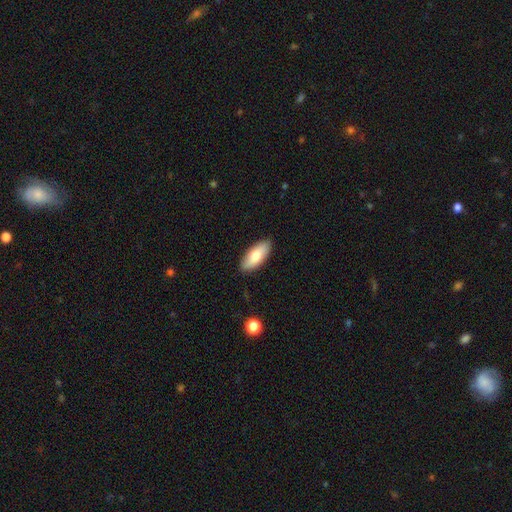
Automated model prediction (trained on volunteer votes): Smooth or featured? Predicted: smooth (p=0.77). How rounded? Predicted: in between (p=0.84). Merging? Predicted: none (p=0.88).